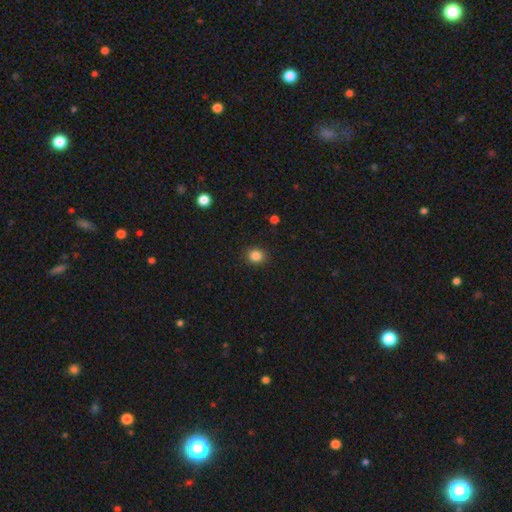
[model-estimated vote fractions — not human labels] Smooth or featured? smooth (85%)
How rounded? round (76%)
Merging? none (90%)